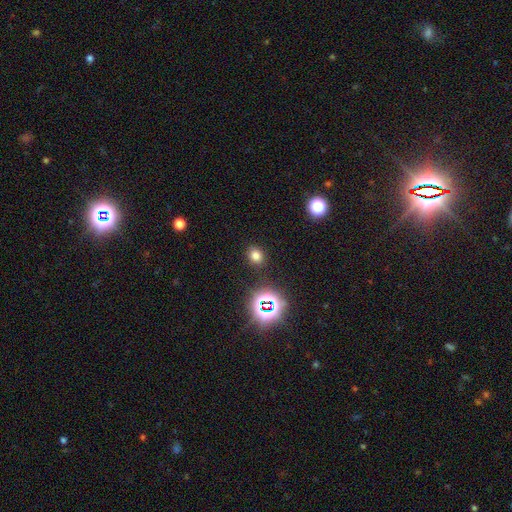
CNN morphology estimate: This is likely a smooth galaxy (72%). How rounded: likely round (63%). Merging: clearly none (87%).